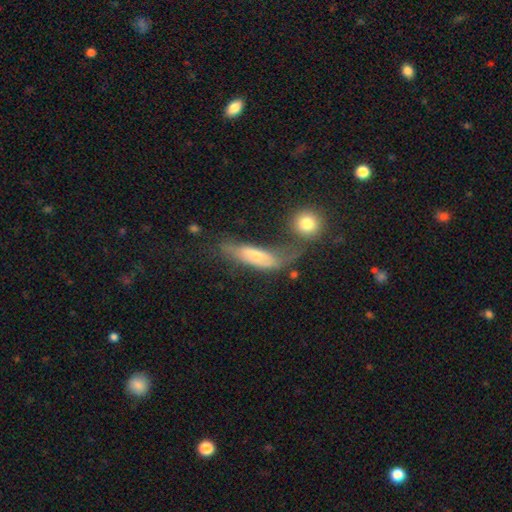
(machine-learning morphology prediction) The model was most divided on "smooth or featured": smooth: 49%, featured or disk: 43%, star or artifact: 8%. Remaining: merging — none (34%).